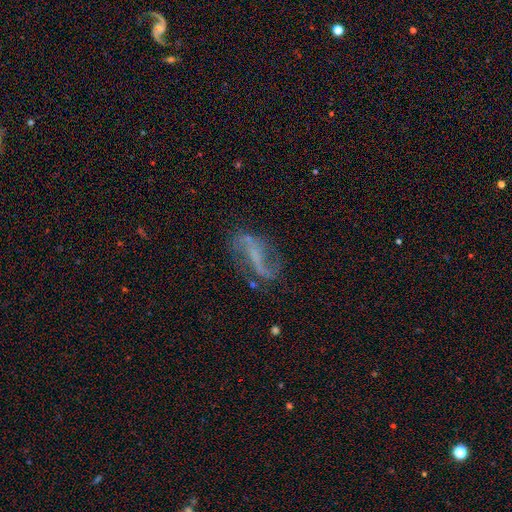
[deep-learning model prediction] A featured or disk galaxy (79%) with a strong bar (41%), 2 (86%) loose (76%) spiral arms (87%) and no central bulge (63%).

Vote fractions:
- Smooth or featured? featured or disk: 79% / smooth: 11% / star or artifact: 10%
- Edge-on disk? no: 95% / yes: 5%
- Bar? strong: 41% / weak: 34% / no: 25%
- Spiral arms? yes: 87% / no: 13%
- Spiral winding? loose: 76% / medium: 19% / tight: 6%
- Spiral arm count? 2: 86% / 1: 6% / can't tell: 5% / 3: 1% / 4: 1% / more than 4: 1%
- Bulge size? none: 63% / small: 25% / moderate: 9% / large: 2% / dominant: 1%
- Merging? none: 62% / minor disturbance: 18% / major disturbance: 16% / merger: 4%